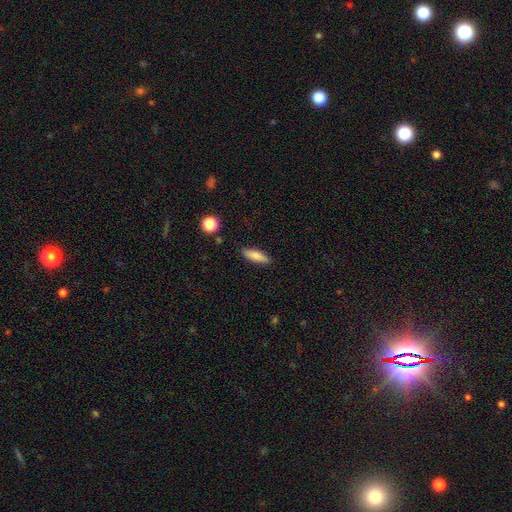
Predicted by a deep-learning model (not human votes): Smooth or featured? Predicted: smooth (p=0.82). How rounded? Predicted: cigar-shaped (p=0.57). Merging? Predicted: none (p=0.88).